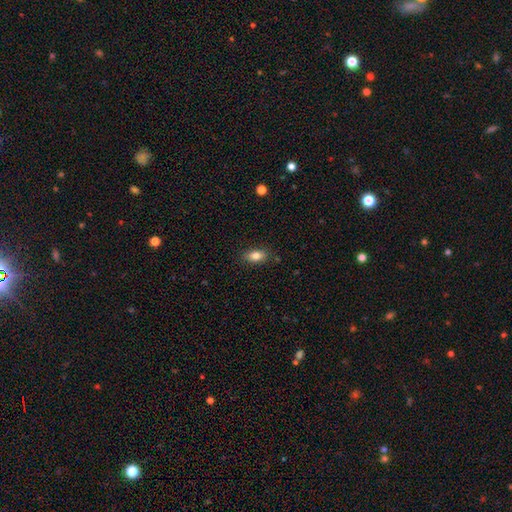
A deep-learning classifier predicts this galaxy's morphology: Q: Smooth or featured?
A: smooth (83%); runner-up: star or artifact (9%)
Q: How rounded?
A: in between (88%); runner-up: round (9%)
Q: Merging?
A: none (85%); runner-up: minor disturbance (11%)